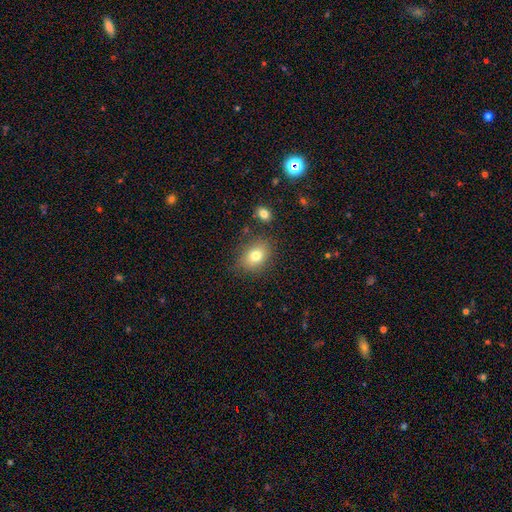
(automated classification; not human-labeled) Q: Smooth or featured?
A: smooth (77%); runner-up: featured or disk (12%)
Q: How rounded?
A: in between (63%); runner-up: round (36%)
Q: Merging?
A: none (79%); runner-up: minor disturbance (14%)